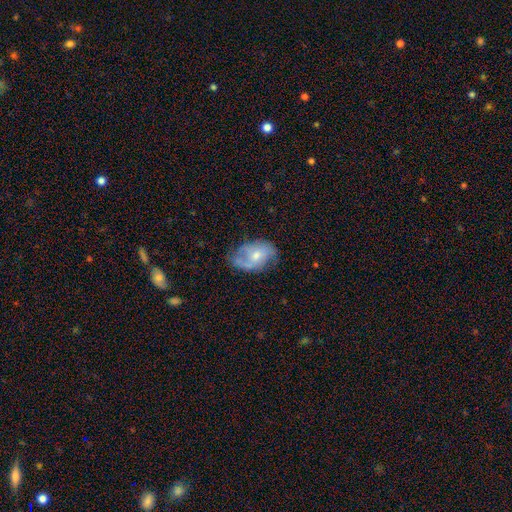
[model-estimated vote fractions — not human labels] Q: Smooth or featured?
A: featured or disk (52%); runner-up: smooth (41%)
Q: Edge-on disk?
A: no (95%); runner-up: yes (5%)
Q: Merging?
A: none (48%); runner-up: minor disturbance (33%)